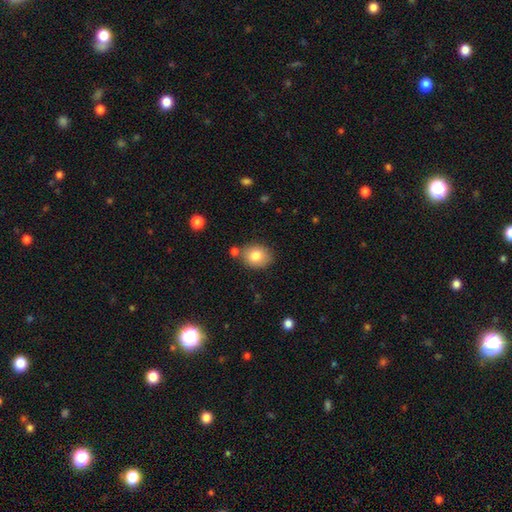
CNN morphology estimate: type=smooth (80%); roundness=round (52%); merging=none (77%).